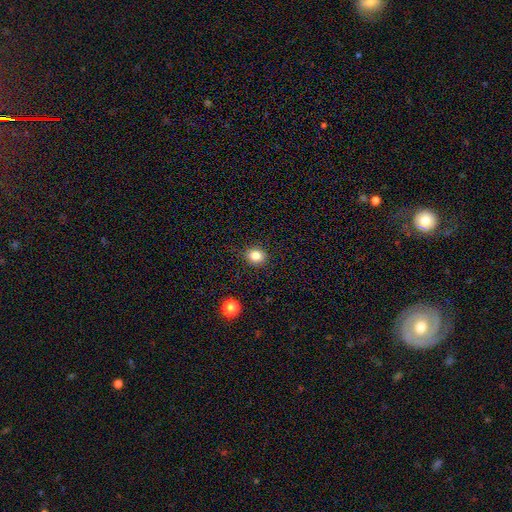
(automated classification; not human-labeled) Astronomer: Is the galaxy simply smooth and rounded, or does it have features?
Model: smooth — 82%.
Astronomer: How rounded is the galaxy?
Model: round — 70%.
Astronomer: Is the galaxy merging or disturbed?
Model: none — 88%.